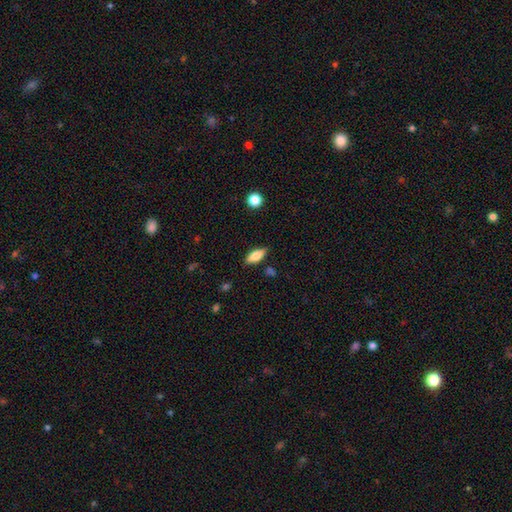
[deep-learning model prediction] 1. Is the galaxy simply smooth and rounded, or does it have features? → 73% smooth, 20% featured or disk, 7% star or artifact.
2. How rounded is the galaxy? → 74% in between, 24% cigar-shaped, 3% round.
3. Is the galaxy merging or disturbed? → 83% none, 12% minor disturbance, 3% major disturbance, 2% merger.